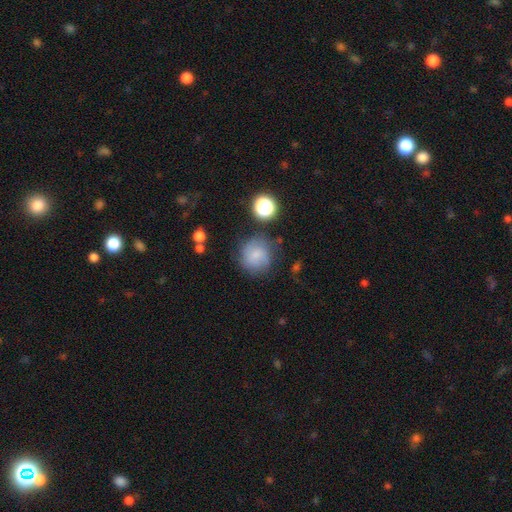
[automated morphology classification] This appears to be a smooth galaxy with no disk features (65%) that is round (90%). Merging: none (67%).